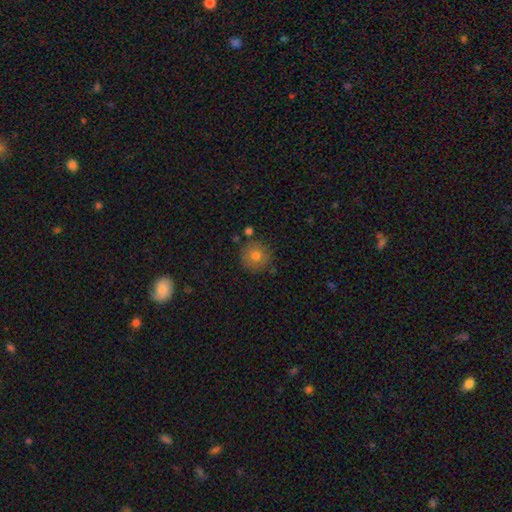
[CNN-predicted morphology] This is likely a smooth galaxy (76%). How rounded: clearly round (94%). Merging: clearly none (83%).